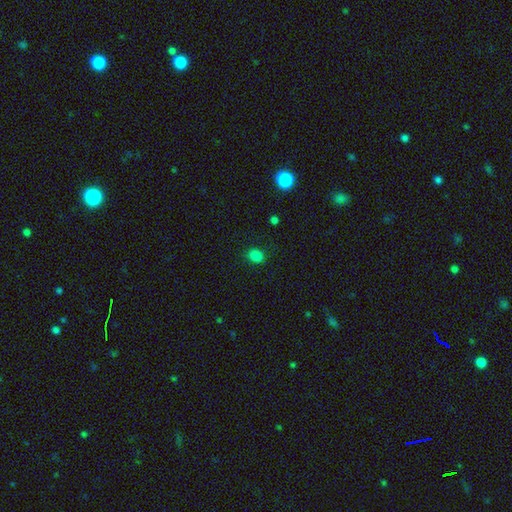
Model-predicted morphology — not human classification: smooth-or-featured: smooth: 83% | star or artifact: 14% | featured or disk: 4%
  how-rounded: in between: 51% | round: 48% | cigar-shaped: 1%
  merging: none: 87% | minor disturbance: 9% | major disturbance: 3% | merger: 1%